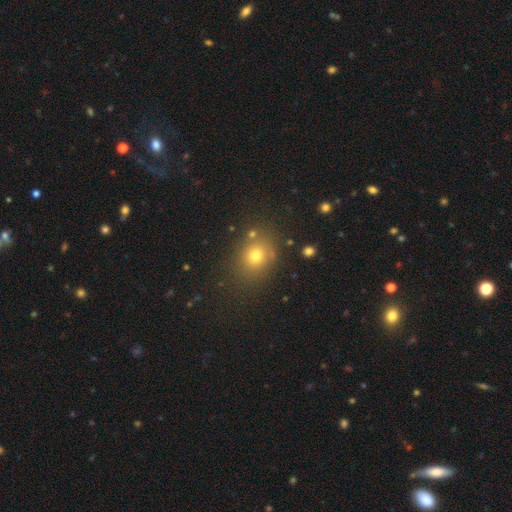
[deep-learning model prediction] Morphology: type=smooth (72%); roundness=round (66%); merging=none (77%).